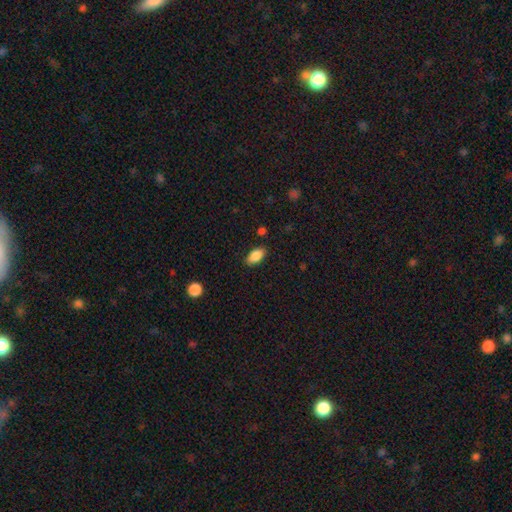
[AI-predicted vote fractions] Smooth or featured? smooth (86%)
How rounded? in between (91%)
Merging? none (85%)